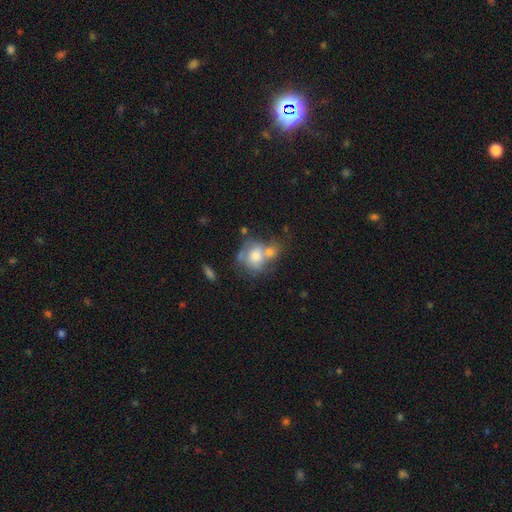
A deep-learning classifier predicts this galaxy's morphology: Smooth or featured: smooth — 63% (featured or disk — 28%)
How rounded: round — 61% (in between — 37%)
Merging: merger — 50% (none — 27%)